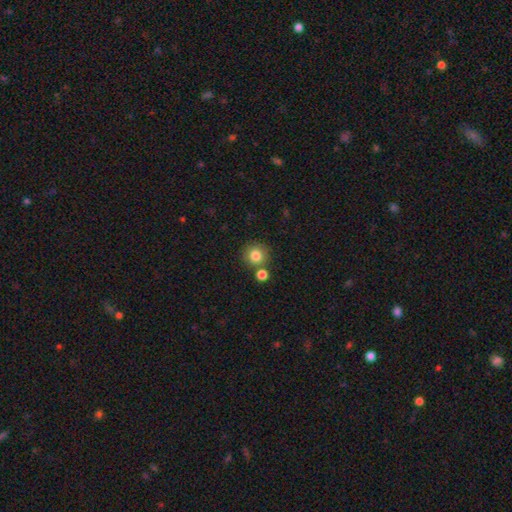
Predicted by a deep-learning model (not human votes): This is clearly a smooth galaxy (82%). How rounded: clearly round (91%). Merging: likely none (73%).